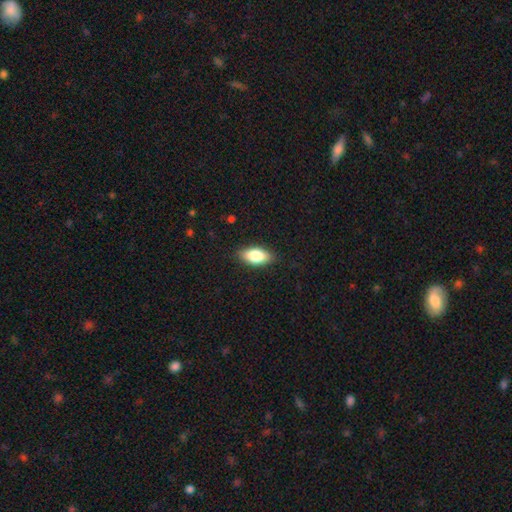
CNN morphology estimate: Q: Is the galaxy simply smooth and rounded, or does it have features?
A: smooth — 81%.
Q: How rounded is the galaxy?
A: in between — 90%.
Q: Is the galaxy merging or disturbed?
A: none — 86%.